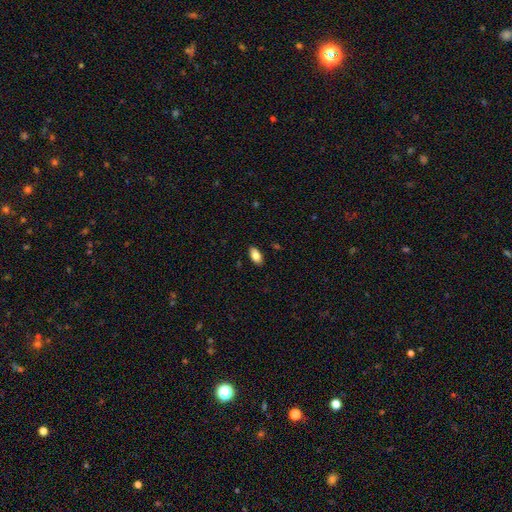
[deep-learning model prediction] smooth 84%, featured or disk 9%, star or artifact 7%. Down the decision tree: how rounded — in between (93%); merging — none (89%).